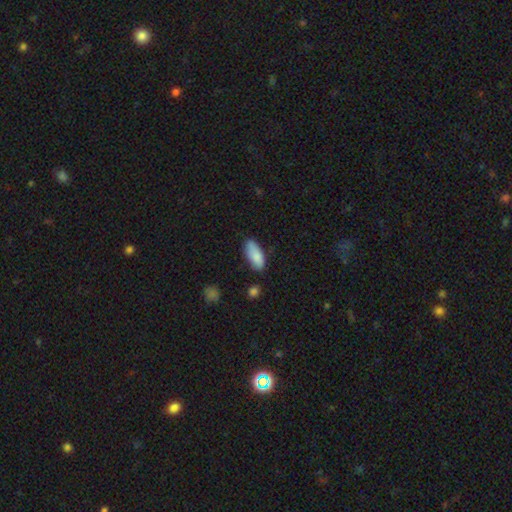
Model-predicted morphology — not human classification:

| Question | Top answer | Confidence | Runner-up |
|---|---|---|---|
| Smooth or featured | smooth | 85% | featured or disk (8%) |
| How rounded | in between | 84% | cigar-shaped (14%) |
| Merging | none | 64% | minor disturbance (27%) |